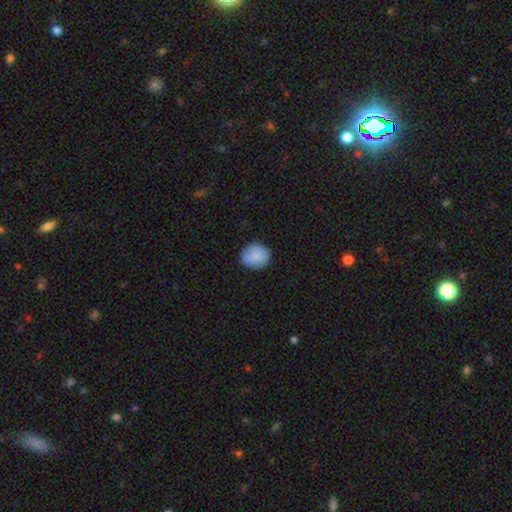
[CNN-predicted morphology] type=smooth (86%); roundness=round (79%); merging=none (84%).